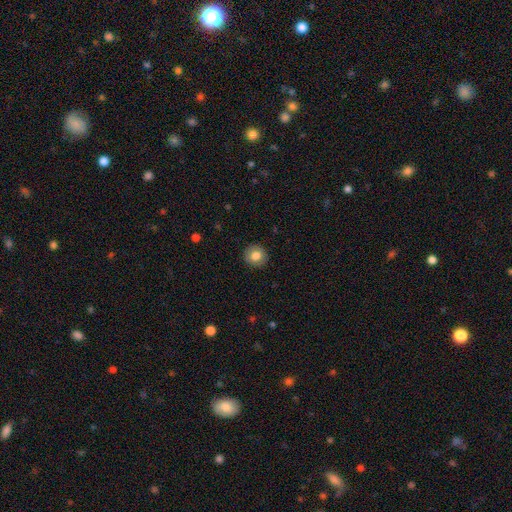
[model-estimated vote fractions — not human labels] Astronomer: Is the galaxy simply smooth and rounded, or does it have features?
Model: smooth — 78%.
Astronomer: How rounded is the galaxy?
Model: round — 90%.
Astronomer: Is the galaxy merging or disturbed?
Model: none — 90%.